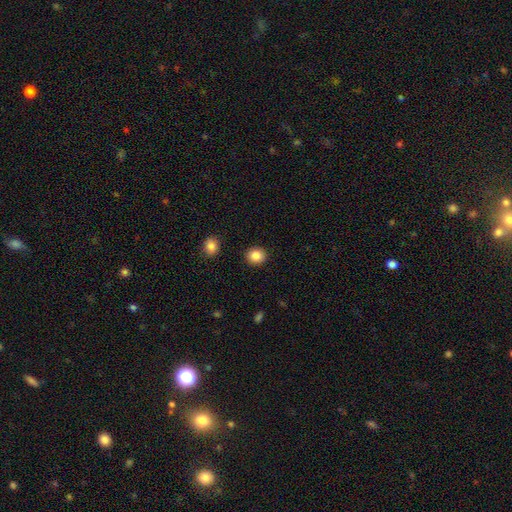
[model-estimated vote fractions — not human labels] Smooth or featured? smooth (86%)
How rounded? round (80%)
Merging? none (91%)